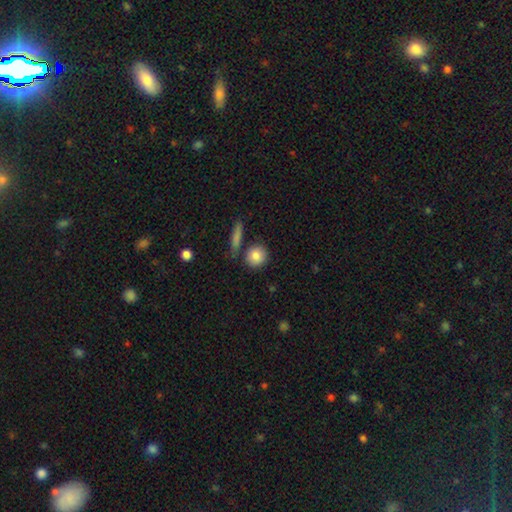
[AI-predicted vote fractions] Smooth or featured? Predicted: smooth (p=0.85). How rounded? Predicted: round (p=0.82). Merging? Predicted: none (p=0.78).